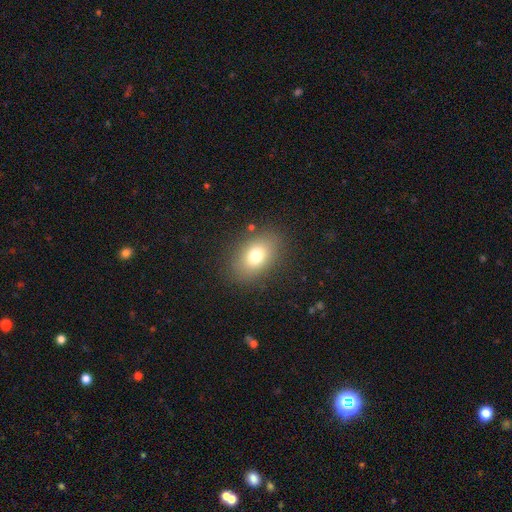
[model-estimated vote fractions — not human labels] Q: Smooth or featured?
A: smooth (76%); runner-up: featured or disk (13%)
Q: How rounded?
A: in between (80%); runner-up: round (19%)
Q: Merging?
A: none (84%); runner-up: minor disturbance (10%)